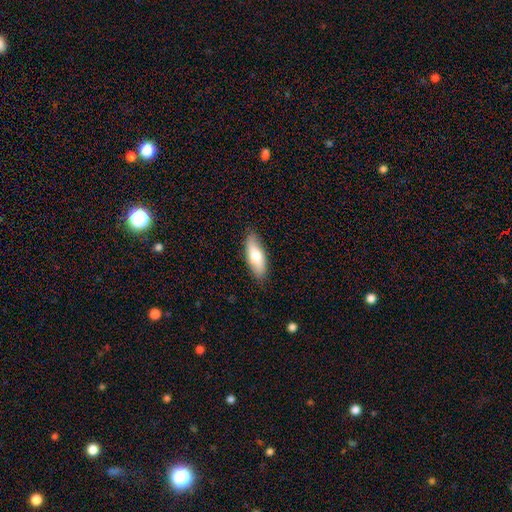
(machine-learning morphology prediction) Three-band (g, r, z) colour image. It shows a smooth galaxy with no disk features (67%) that is in between round and cigar-shaped (72%). Merging: none (85%).